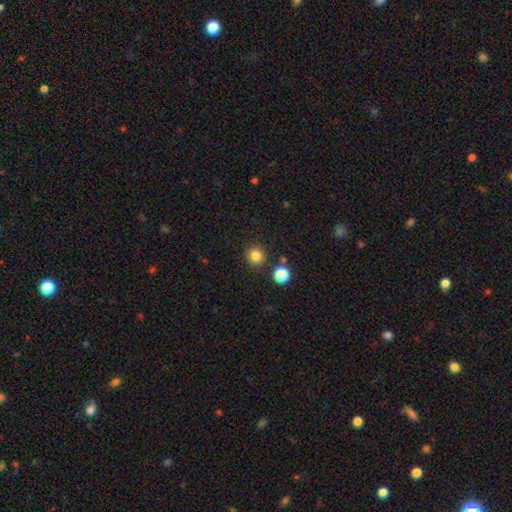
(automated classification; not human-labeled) Smooth or featured? Predicted: smooth (p=0.83). How rounded? Predicted: round (p=0.94). Merging? Predicted: none (p=0.88).